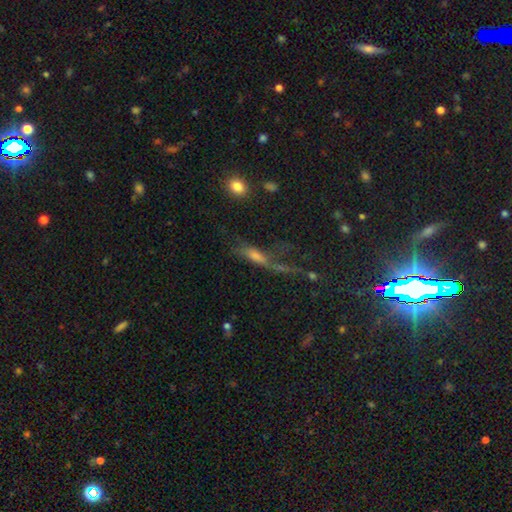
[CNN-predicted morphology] Q: Smooth or featured?
A: smooth (39%); tied with: featured or disk (39%)
Q: Merging?
A: major disturbance (44%); runner-up: none (30%)